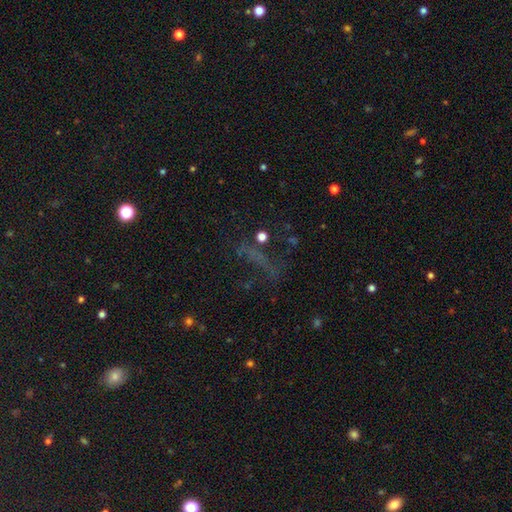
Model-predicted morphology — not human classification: smooth_or_featured: star or artifact (p=0.48) [alt: smooth p=0.28]